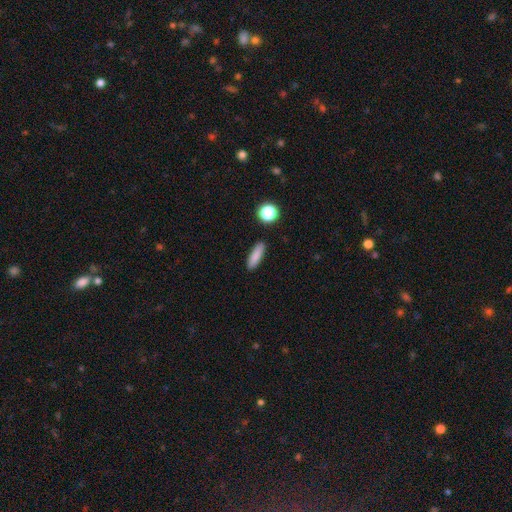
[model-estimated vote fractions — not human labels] A smooth galaxy with no disk features (84%) that is cigar-shaped (57%). Merging: none (89%).